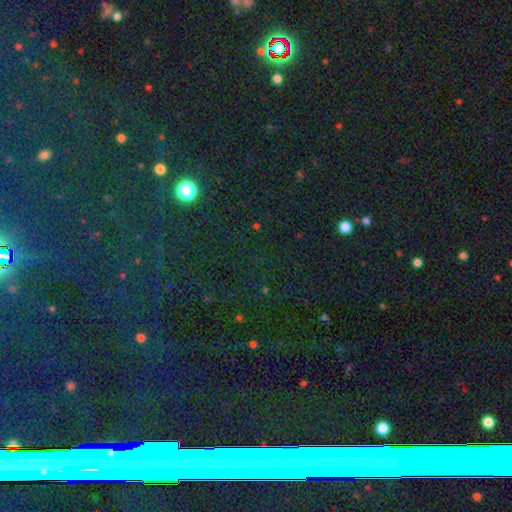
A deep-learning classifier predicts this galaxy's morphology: This appears to be a star or artifact, not a galaxy (82%).